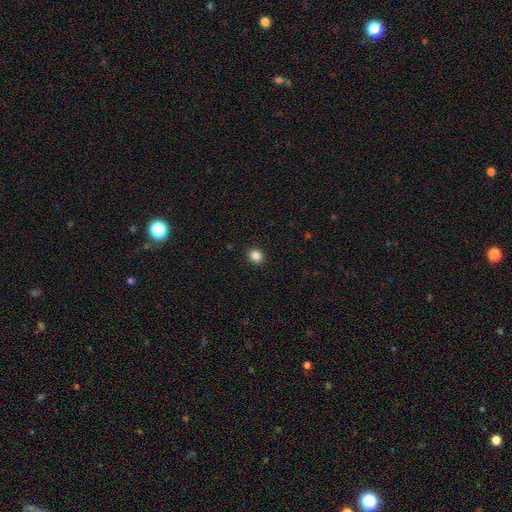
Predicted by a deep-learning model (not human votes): smooth 86%, star or artifact 11%, featured or disk 4%. Down the decision tree: how rounded — round (65%); merging — none (92%).